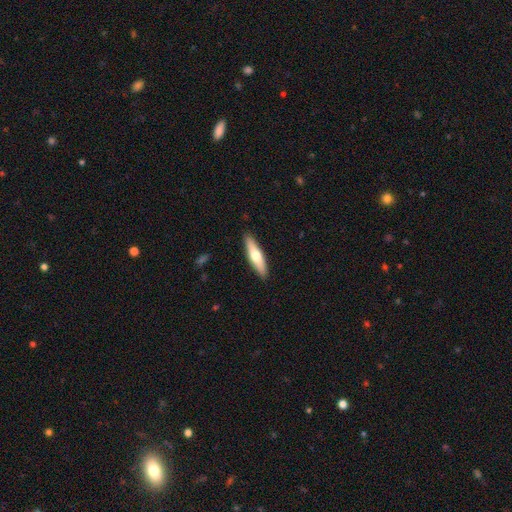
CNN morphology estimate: Smooth or featured? Predicted: smooth (p=0.57). How rounded? Predicted: cigar-shaped (p=0.75). Merging? Predicted: none (p=0.90).